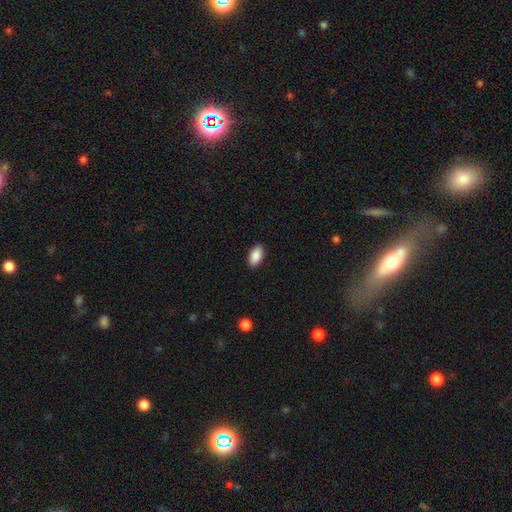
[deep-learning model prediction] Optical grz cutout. It shows a smooth galaxy with no disk features (90%) that is in between round and cigar-shaped (94%). Merging: none (89%).